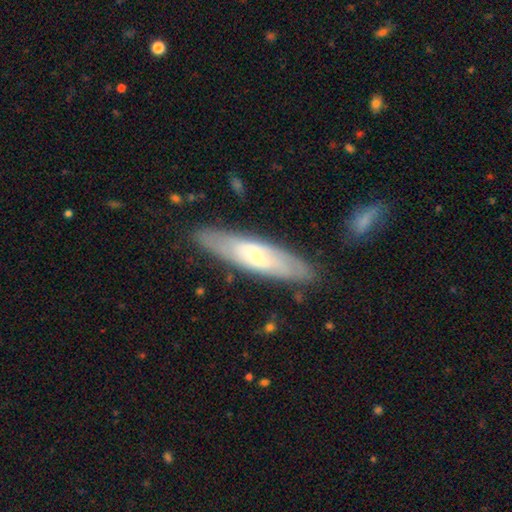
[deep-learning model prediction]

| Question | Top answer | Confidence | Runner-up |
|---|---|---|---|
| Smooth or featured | featured or disk | 59% | smooth (35%) |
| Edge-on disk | no | 60% | yes (40%) |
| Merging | none | 84% | minor disturbance (12%) |